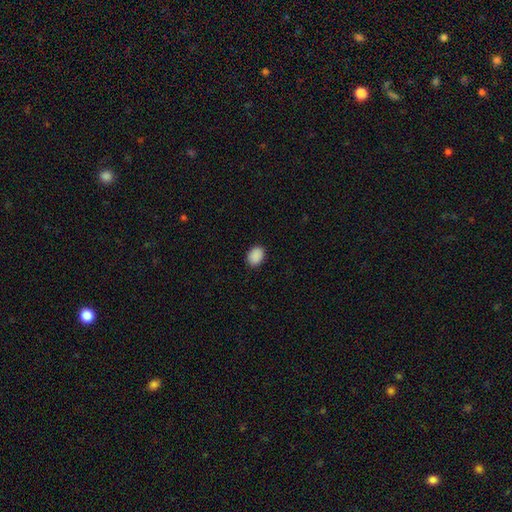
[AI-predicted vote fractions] smooth 90%, star or artifact 8%, featured or disk 2%. Down the decision tree: how rounded — in between (74%); merging — none (88%).